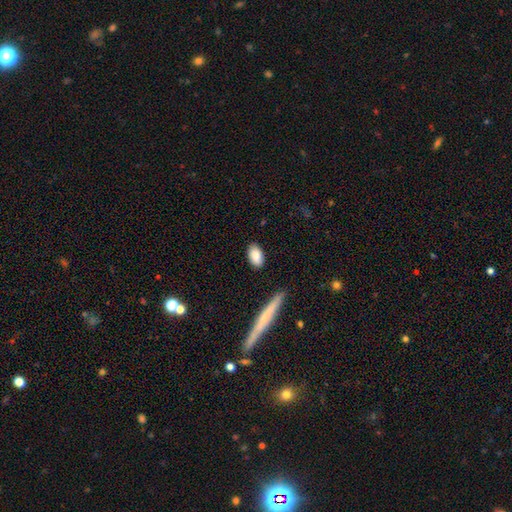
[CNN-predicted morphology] Smooth or featured: smooth — 87% (featured or disk — 7%)
How rounded: in between — 92% (round — 5%)
Merging: none — 86% (minor disturbance — 10%)